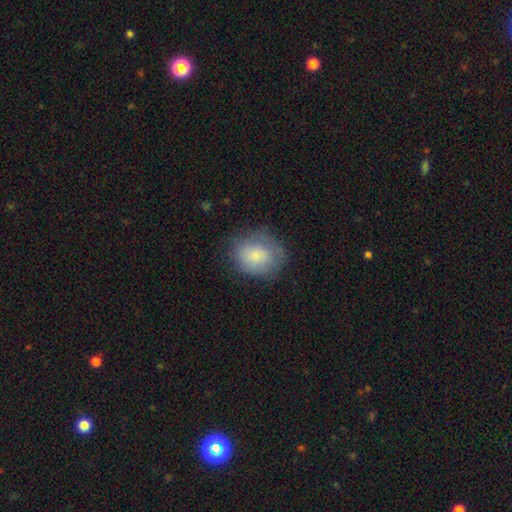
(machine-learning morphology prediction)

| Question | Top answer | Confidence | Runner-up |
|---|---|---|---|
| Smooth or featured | smooth | 79% | featured or disk (13%) |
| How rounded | round | 65% | in between (34%) |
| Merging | none | 68% | minor disturbance (23%) |